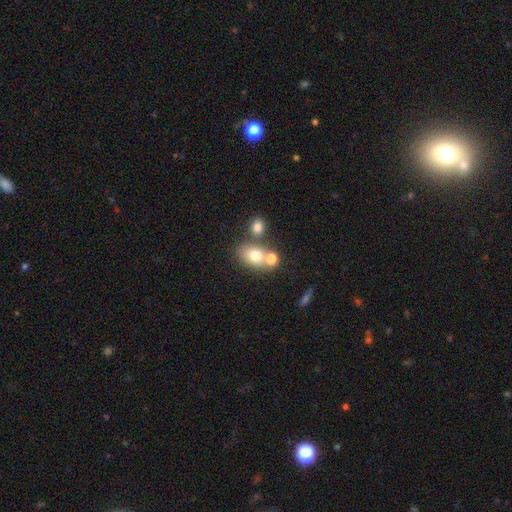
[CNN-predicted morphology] smooth-or-featured: smooth: 74% | featured or disk: 15% | star or artifact: 11%
  how-rounded: in between: 62% | round: 36% | cigar-shaped: 2%
  merging: none: 47% | merger: 38% | minor disturbance: 11% | major disturbance: 4%